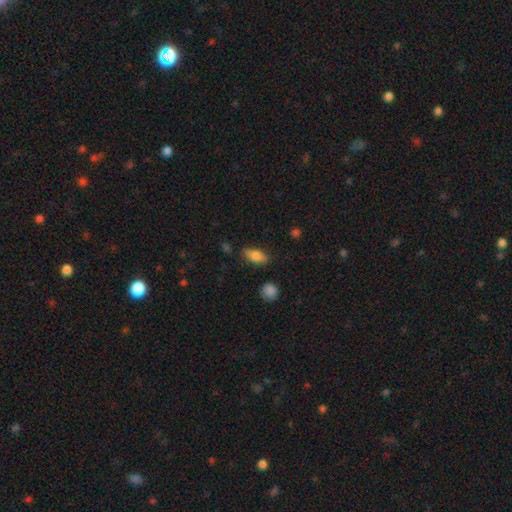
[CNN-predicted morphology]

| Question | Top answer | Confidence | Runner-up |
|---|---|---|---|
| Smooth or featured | smooth | 79% | featured or disk (13%) |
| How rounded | in between | 84% | cigar-shaped (12%) |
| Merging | none | 81% | minor disturbance (14%) |